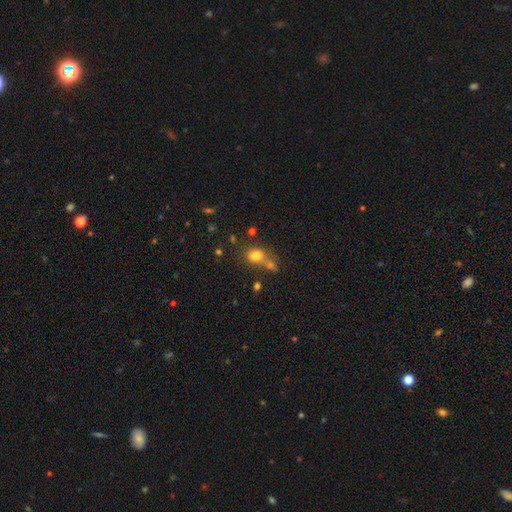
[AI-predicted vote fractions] smooth_or_featured: smooth (p=0.73) [alt: star or artifact p=0.15]
how_rounded: in between (p=0.68) [alt: round p=0.29]
merging: merger (p=0.44) [alt: none p=0.35]